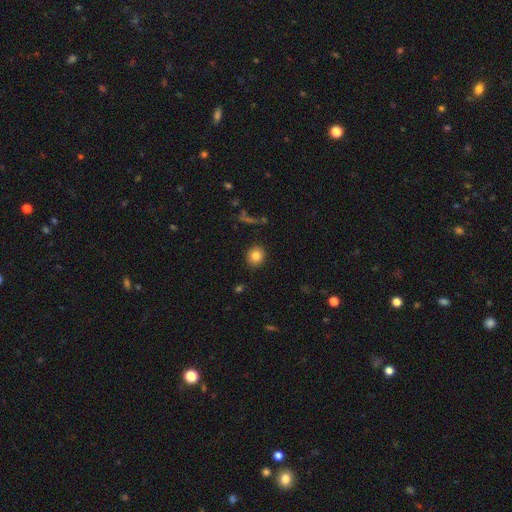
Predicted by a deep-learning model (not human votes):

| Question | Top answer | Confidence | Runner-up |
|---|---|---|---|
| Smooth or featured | smooth | 83% | star or artifact (10%) |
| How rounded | round | 83% | in between (16%) |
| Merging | none | 90% | minor disturbance (6%) |